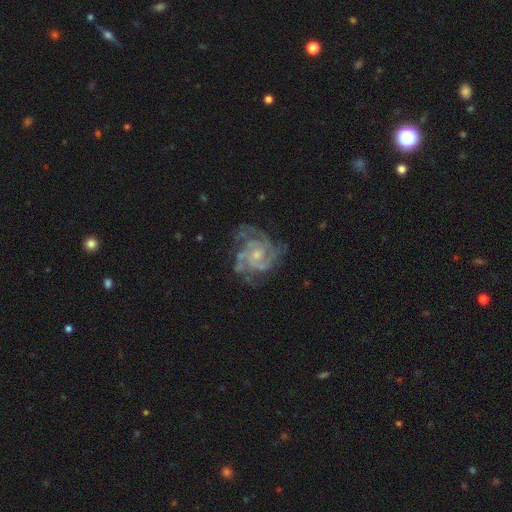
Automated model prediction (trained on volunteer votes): smooth_or_featured: featured or disk (p=0.89) [alt: star or artifact p=0.06]
disk_edge_on: no (p=0.98) [alt: yes p=0.02]
bar: no (p=0.69) [alt: weak p=0.26]
has_spiral_arms: yes (p=0.97) [alt: no p=0.03]
spiral_winding: tight (p=0.56) [alt: medium p=0.37]
spiral_arm_count: 3 (p=0.32) [alt: 4 p=0.22]
bulge_size: small (p=0.60) [alt: moderate p=0.33]
merging: none (p=0.66) [alt: minor disturbance p=0.20]